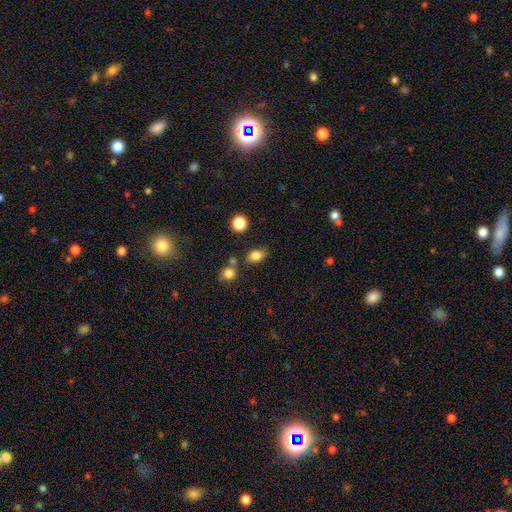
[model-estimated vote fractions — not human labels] smooth 83%, star or artifact 11%, featured or disk 6%. Down the decision tree: how rounded — in between (70%); merging — none (73%).